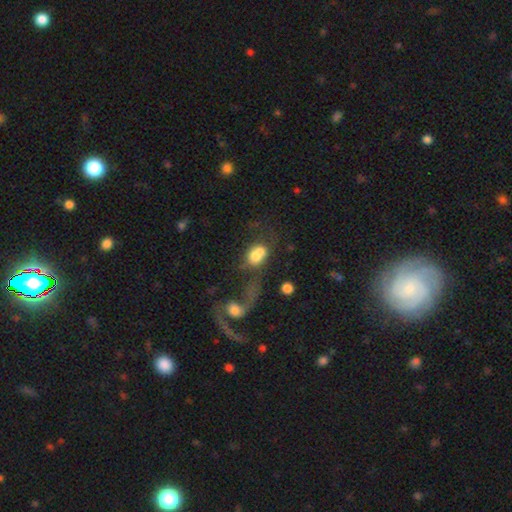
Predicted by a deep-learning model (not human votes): Smooth or featured? smooth (65%)
How rounded? in between (57%)
Merging? merger (57%)